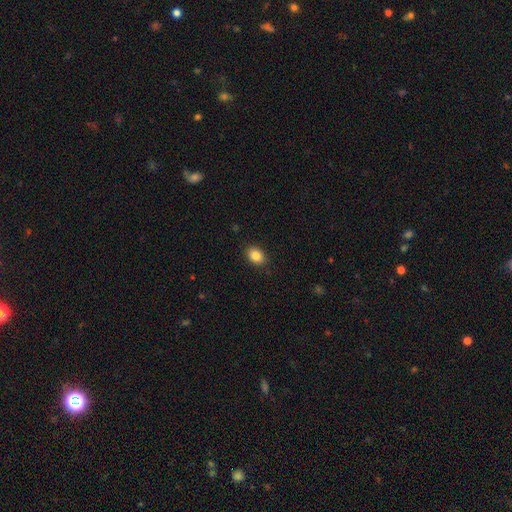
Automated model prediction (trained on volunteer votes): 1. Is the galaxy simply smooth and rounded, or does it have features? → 86% smooth, 9% star or artifact, 5% featured or disk.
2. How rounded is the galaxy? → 74% in between, 25% round, 1% cigar-shaped.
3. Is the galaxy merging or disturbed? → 88% none, 9% minor disturbance, 2% major disturbance, 1% merger.